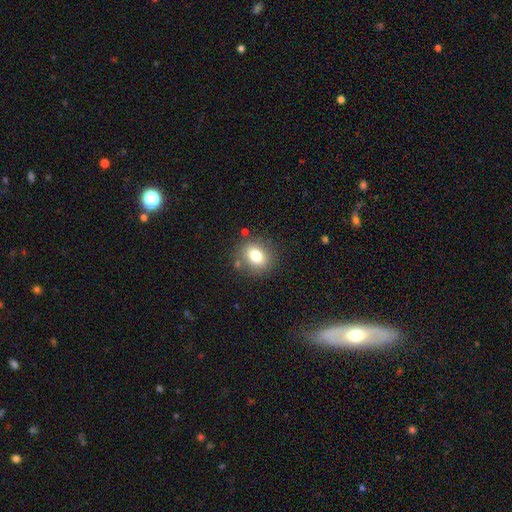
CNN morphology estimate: Q: Smooth or featured?
A: smooth (78%); runner-up: star or artifact (12%)
Q: How rounded?
A: round (65%); runner-up: in between (34%)
Q: Merging?
A: none (82%); runner-up: minor disturbance (11%)